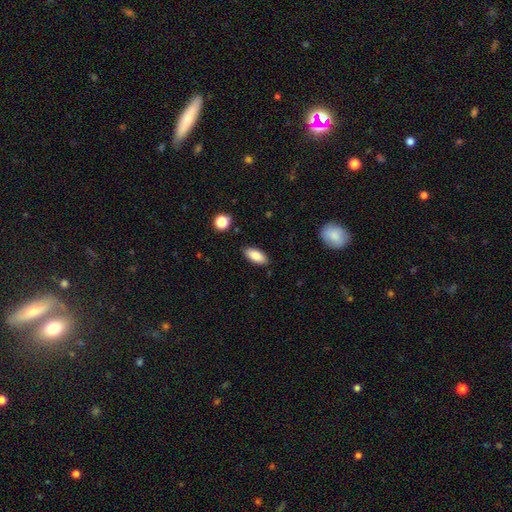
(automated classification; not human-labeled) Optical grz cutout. It shows a smooth galaxy with no disk features (86%) that is in between round and cigar-shaped (86%). Merging: none (86%).